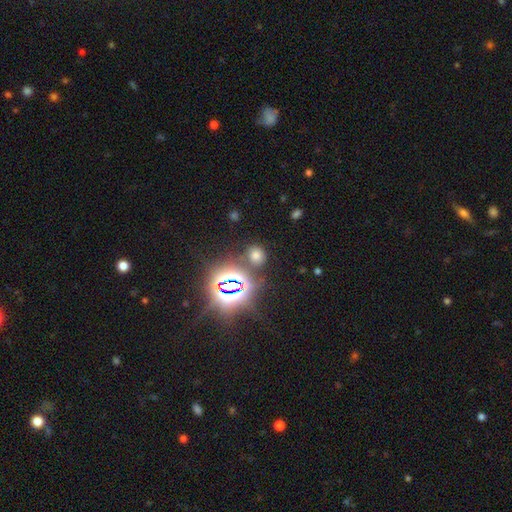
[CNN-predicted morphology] Q: Smooth or featured?
A: smooth (58%); runner-up: star or artifact (35%)
Q: How rounded?
A: round (74%); runner-up: in between (24%)
Q: Merging?
A: none (80%); runner-up: minor disturbance (10%)